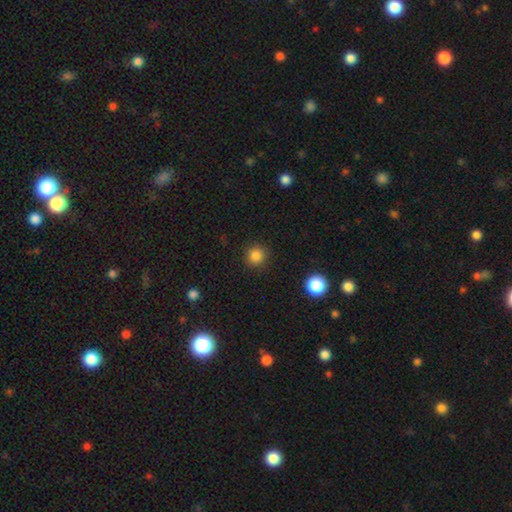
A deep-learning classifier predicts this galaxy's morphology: Q: Smooth or featured?
A: smooth (84%); runner-up: star or artifact (12%)
Q: How rounded?
A: round (94%); runner-up: in between (5%)
Q: Merging?
A: none (91%); runner-up: minor disturbance (6%)